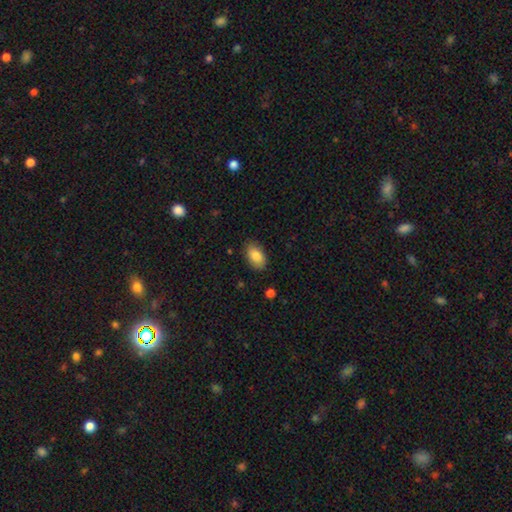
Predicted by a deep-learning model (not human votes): A smooth galaxy with no disk features (85%) that is in between round and cigar-shaped (92%). Merging: none (86%).